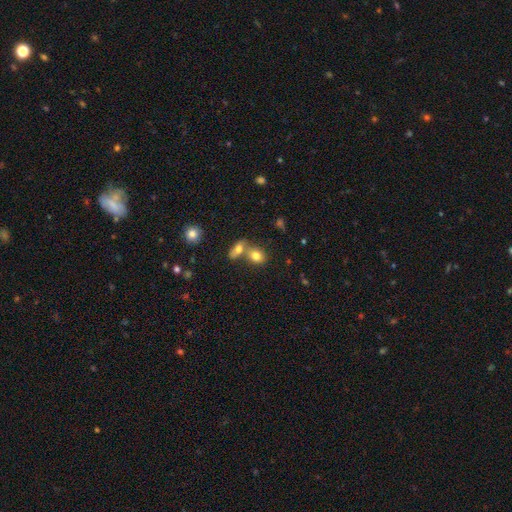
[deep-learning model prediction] This appears to be a smooth galaxy with no disk features (79%) that is in between round and cigar-shaped (59%). Merging: merger (48%).